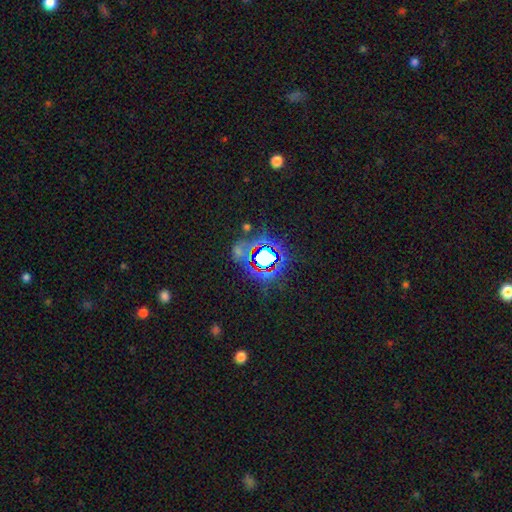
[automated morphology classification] A star or artifact, not a galaxy (78%).

Vote fractions:
- Smooth or featured? star or artifact: 78% / smooth: 13% / featured or disk: 9%